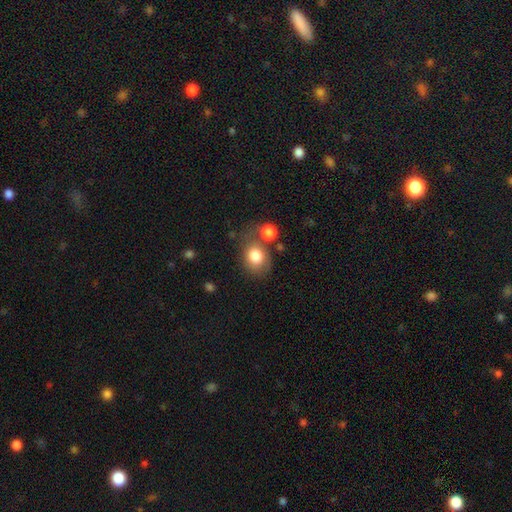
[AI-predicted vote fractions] smooth 81%, featured or disk 11%, star or artifact 8%. Down the decision tree: how rounded — round (52%); merging — none (56%).